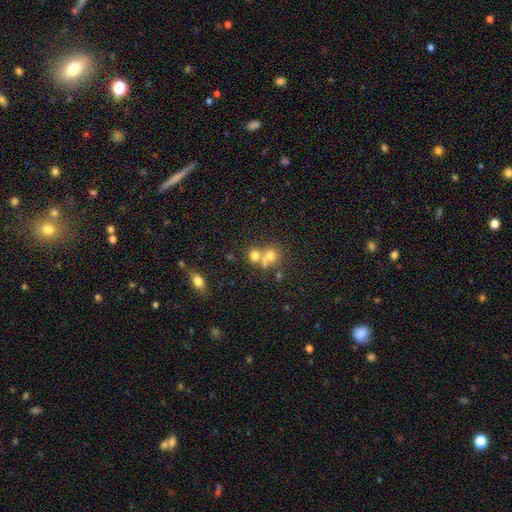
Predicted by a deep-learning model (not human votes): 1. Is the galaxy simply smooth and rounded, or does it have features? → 68% smooth, 17% star or artifact, 16% featured or disk.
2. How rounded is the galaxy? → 79% round, 20% in between, 1% cigar-shaped.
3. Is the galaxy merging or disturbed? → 50% merger, 39% none, 7% minor disturbance, 4% major disturbance.